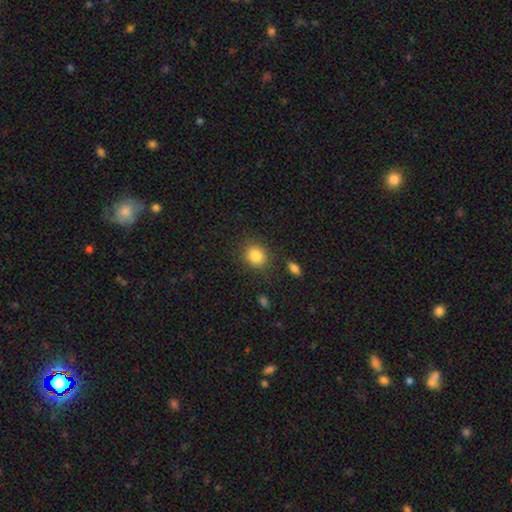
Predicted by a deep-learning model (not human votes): smooth-or-featured: smooth: 85% | star or artifact: 9% | featured or disk: 6%
  how-rounded: round: 72% | in between: 27% | cigar-shaped: 1%
  merging: none: 82% | minor disturbance: 11% | major disturbance: 4% | merger: 3%